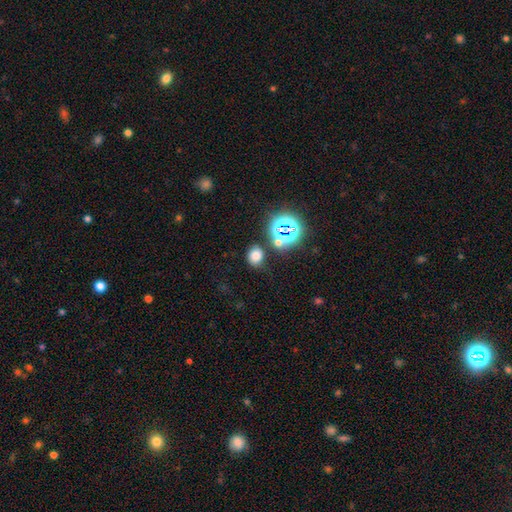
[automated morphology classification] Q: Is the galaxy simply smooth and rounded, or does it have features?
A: smooth — 70%.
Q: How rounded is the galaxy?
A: round — 58%.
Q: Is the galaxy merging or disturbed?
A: none — 76%.